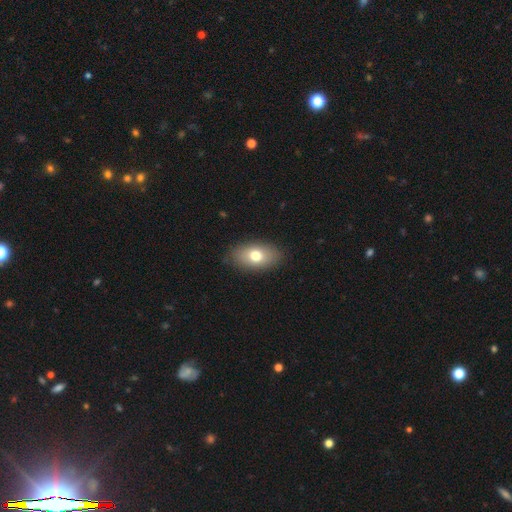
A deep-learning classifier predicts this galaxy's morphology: A smooth galaxy with no disk features (74%) that is in between round and cigar-shaped (90%).

Vote fractions:
- Smooth or featured? smooth: 74% / featured or disk: 18% / star or artifact: 8%
- How rounded? in between: 90% / round: 8% / cigar-shaped: 2%
- Merging? none: 87% / minor disturbance: 10% / major disturbance: 3% / merger: 1%